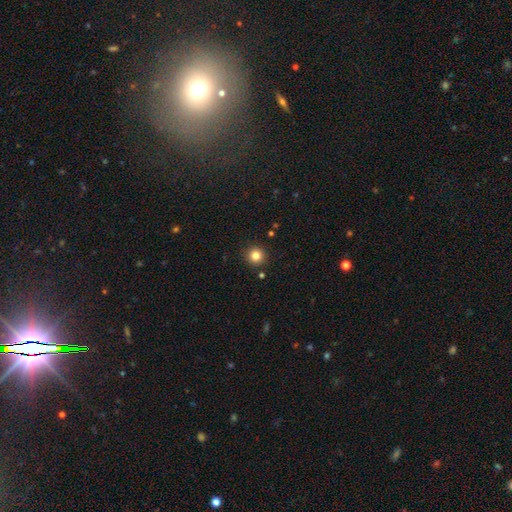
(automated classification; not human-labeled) Morphology: type=smooth (83%); roundness=round (95%); merging=none (91%).